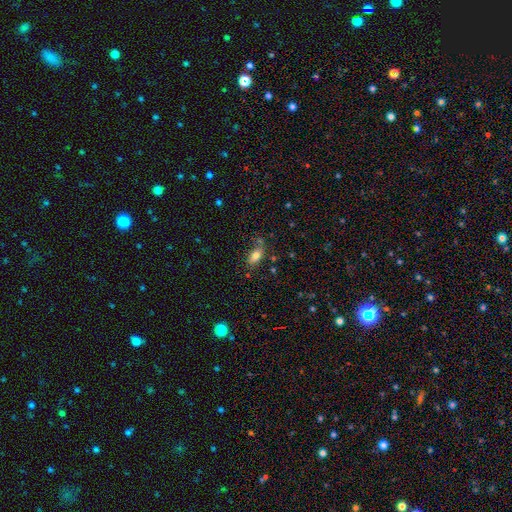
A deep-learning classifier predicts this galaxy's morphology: Overall: smooth (76%). How rounded: in between (85%). Merging: none (66%).